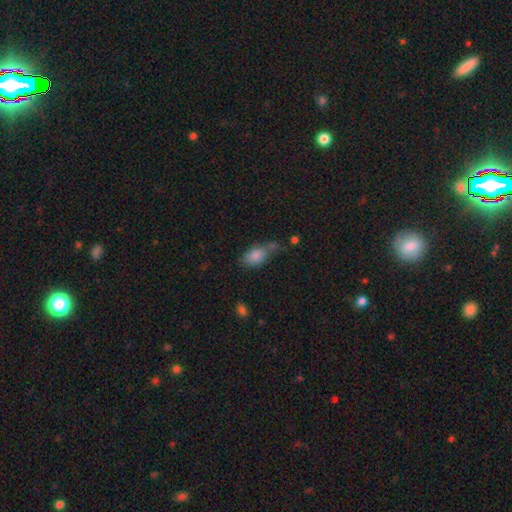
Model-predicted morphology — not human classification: Smooth or featured?
  - smooth: 82% *
  - featured or disk: 10%
  - star or artifact: 8%
How rounded?
  - in between: 88% *
  - round: 6%
  - cigar-shaped: 6%
Merging?
  - none: 45% *
  - minor disturbance: 27%
  - merger: 18%
  - major disturbance: 10%